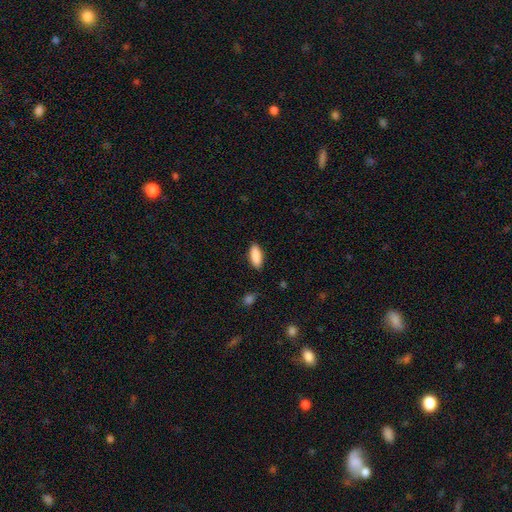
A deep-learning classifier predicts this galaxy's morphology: This appears to be a smooth galaxy with no disk features (89%) that is in between round and cigar-shaped (76%). Merging: none (87%).